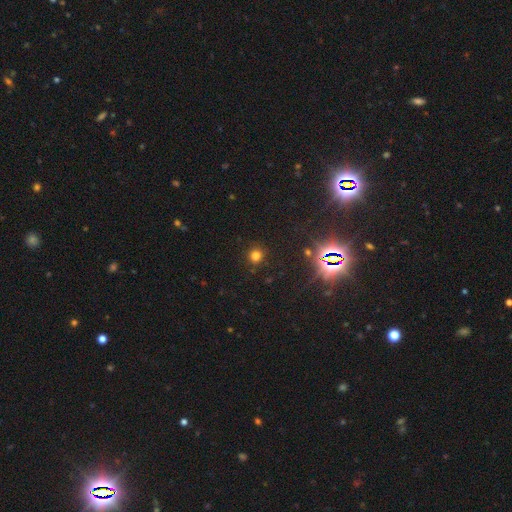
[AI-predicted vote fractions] Smooth or featured: smooth — 74% (star or artifact — 21%)
How rounded: round — 88% (in between — 11%)
Merging: none — 88% (minor disturbance — 8%)